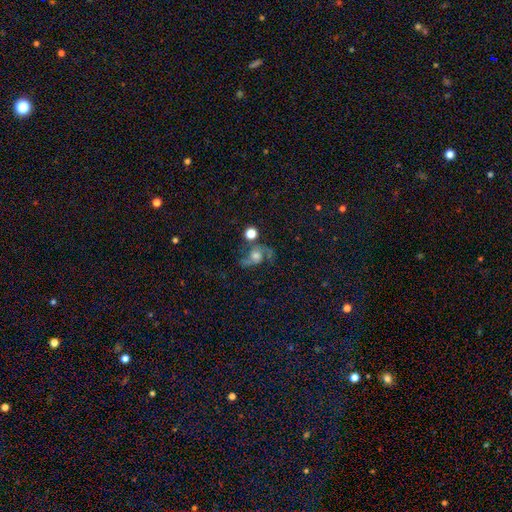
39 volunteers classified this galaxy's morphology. Smooth or featured? 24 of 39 (62%) said featured or disk. Edge-on disk? 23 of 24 (96%) said no. Bar? 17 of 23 (74%) said no. Spiral arms? 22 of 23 (96%) said yes. Spiral winding? 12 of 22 (55%) said medium. Spiral arm count? 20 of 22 (91%) said 2. Bulge size? 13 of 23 (57%) said moderate. Merging? 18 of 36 (50%) said none.